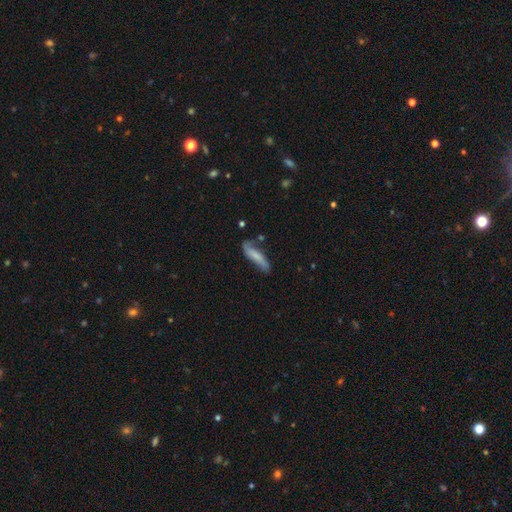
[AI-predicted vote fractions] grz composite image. It shows a smooth galaxy with no disk features (59%) that is cigar-shaped (74%). Merging: none (55%).